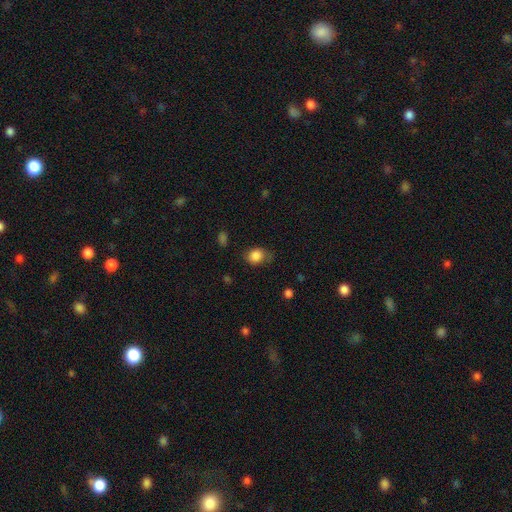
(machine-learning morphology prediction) This is clearly a smooth galaxy (85%). How rounded: possibly round (55%). Merging: likely none (63%).